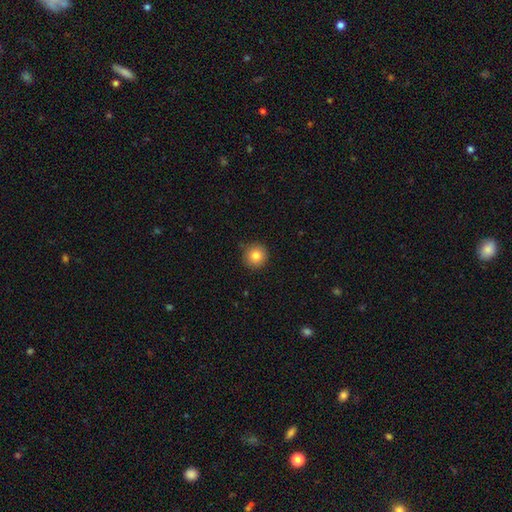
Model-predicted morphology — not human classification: A smooth galaxy with no disk features (82%) that is round (95%). Merging: none (87%).